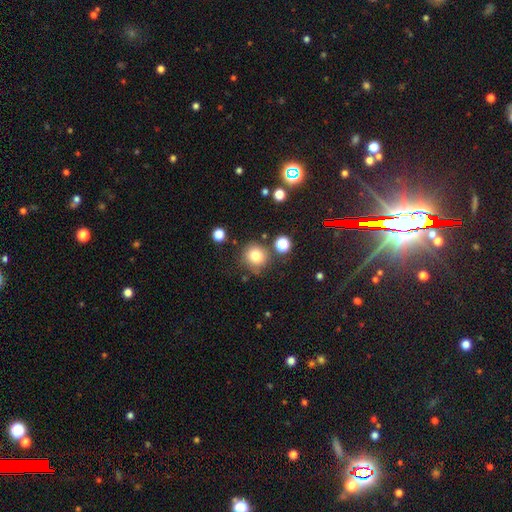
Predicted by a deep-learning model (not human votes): smooth-or-featured: smooth: 79% | star or artifact: 13% | featured or disk: 8%
  how-rounded: round: 90% | in between: 9% | cigar-shaped: 1%
  merging: none: 77% | minor disturbance: 12% | merger: 6% | major disturbance: 4%